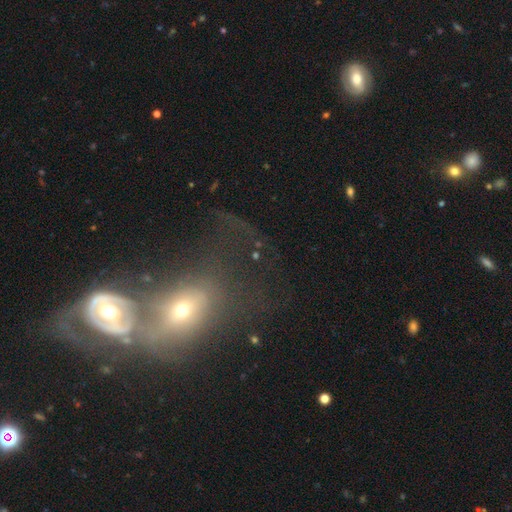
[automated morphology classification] Smooth or featured? smooth (36%)
Merging? none (41%)